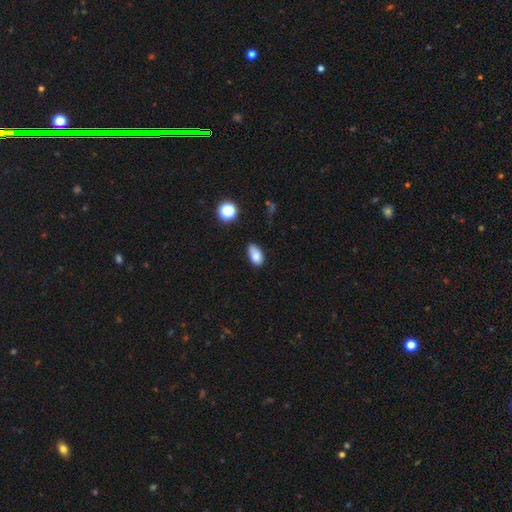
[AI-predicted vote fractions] A smooth galaxy with no disk features (82%) that is in between round and cigar-shaped (90%). Merging: none (56%).